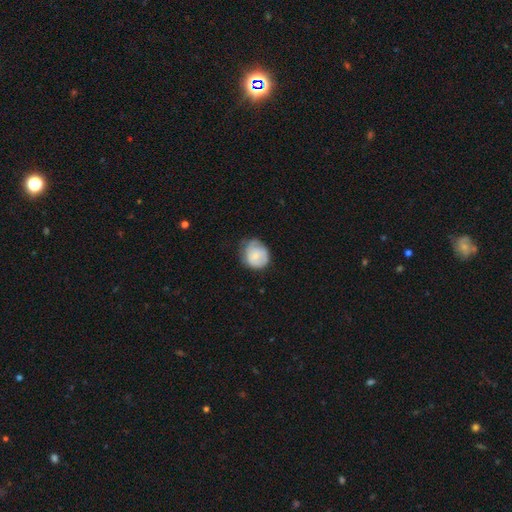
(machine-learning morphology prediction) A smooth galaxy with no disk features (67%) that is round (71%). Merging: none (49%).